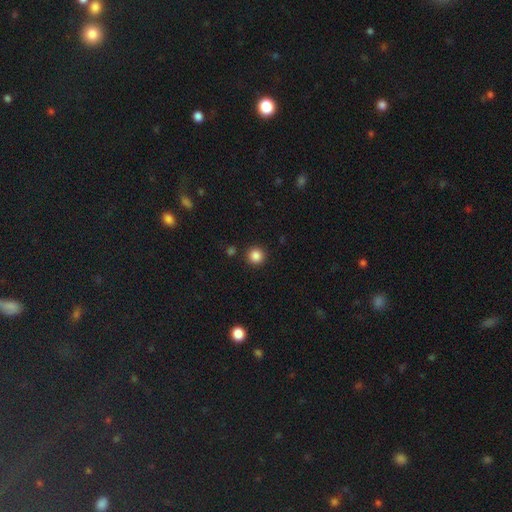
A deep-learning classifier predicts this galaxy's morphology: Q: Smooth or featured?
A: smooth (85%); runner-up: star or artifact (11%)
Q: How rounded?
A: round (95%); runner-up: in between (4%)
Q: Merging?
A: none (90%); runner-up: minor disturbance (5%)